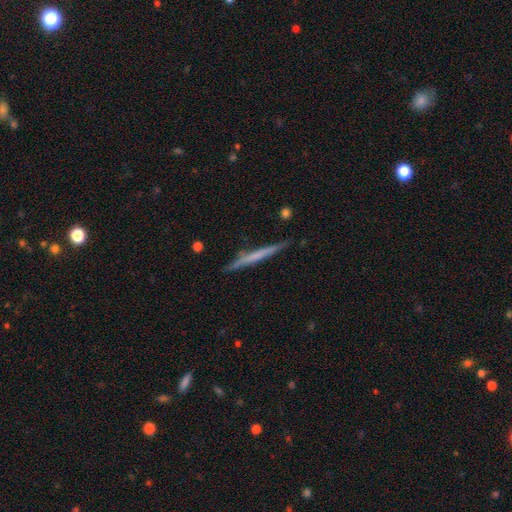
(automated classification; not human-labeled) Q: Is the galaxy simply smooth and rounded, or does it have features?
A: featured or disk — 49%.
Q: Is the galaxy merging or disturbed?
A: none — 87%.